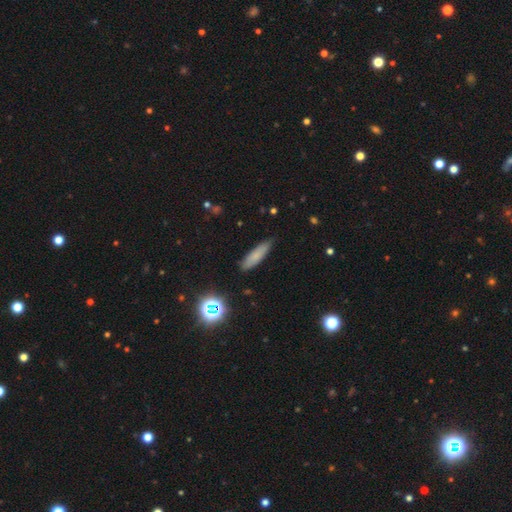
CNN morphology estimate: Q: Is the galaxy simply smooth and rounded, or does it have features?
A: smooth — 75%.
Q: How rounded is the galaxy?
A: cigar-shaped — 68%.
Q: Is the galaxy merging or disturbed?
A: none — 82%.